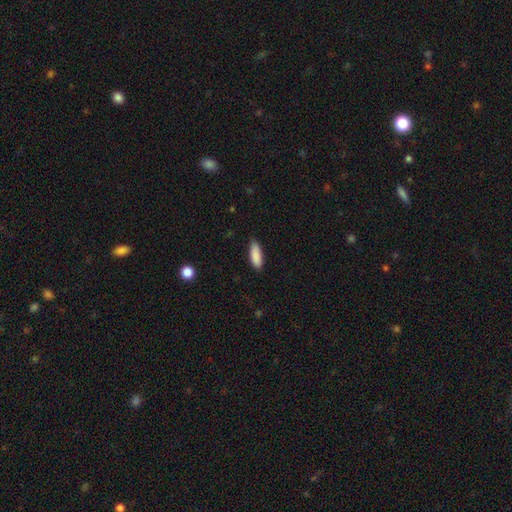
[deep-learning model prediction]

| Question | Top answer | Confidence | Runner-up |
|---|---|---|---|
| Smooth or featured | smooth | 89% | star or artifact (6%) |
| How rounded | in between | 68% | cigar-shaped (30%) |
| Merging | none | 79% | minor disturbance (18%) |